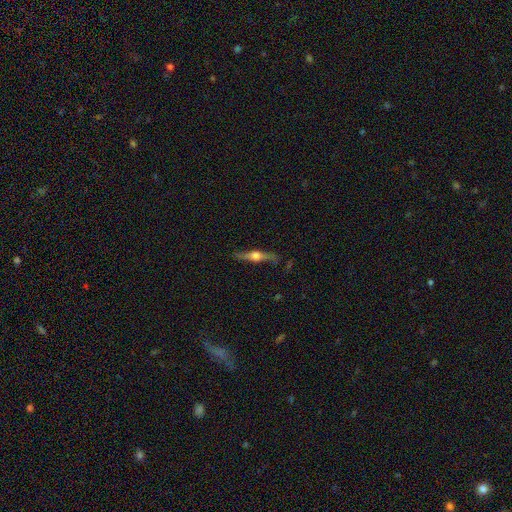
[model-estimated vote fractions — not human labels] A featured or disk galaxy (75%) viewed edge-on (95%) with a rounded central bulge (94%). Merging: none (80%).